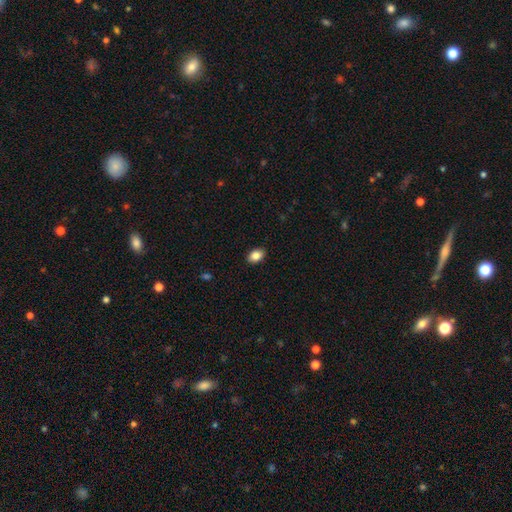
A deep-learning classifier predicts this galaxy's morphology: smooth-or-featured: smooth: 85% | star or artifact: 8% | featured or disk: 6%
  how-rounded: in between: 86% | round: 13% | cigar-shaped: 1%
  merging: none: 89% | minor disturbance: 8% | major disturbance: 2% | merger: 1%